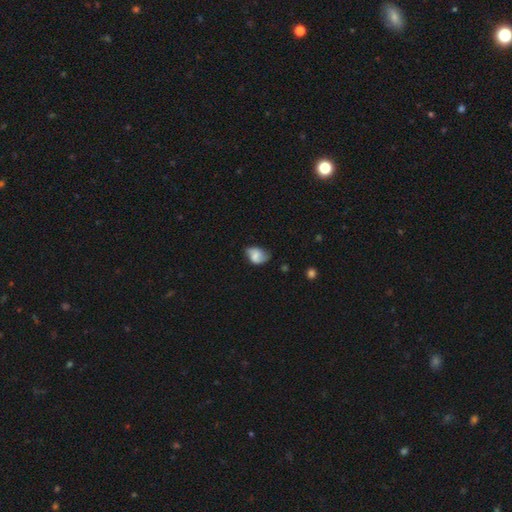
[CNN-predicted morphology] Smooth or featured?
  - smooth: 59% *
  - featured or disk: 32%
  - star or artifact: 9%
How rounded?
  - in between: 75% *
  - round: 23%
  - cigar-shaped: 1%
Merging?
  - none: 52% *
  - minor disturbance: 35%
  - major disturbance: 11%
  - merger: 2%